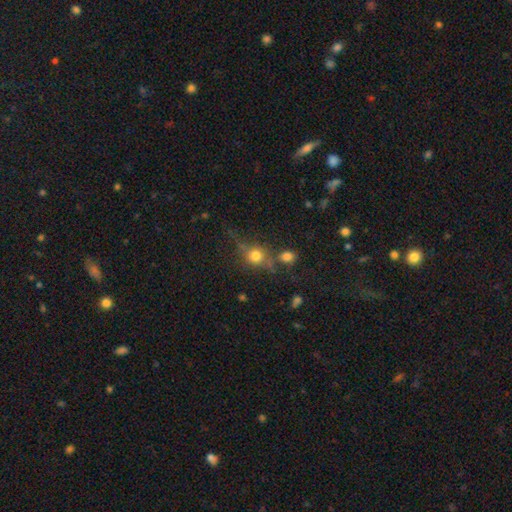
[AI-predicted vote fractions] Smooth or featured? smooth (66%)
How rounded? round (80%)
Merging? none (60%)